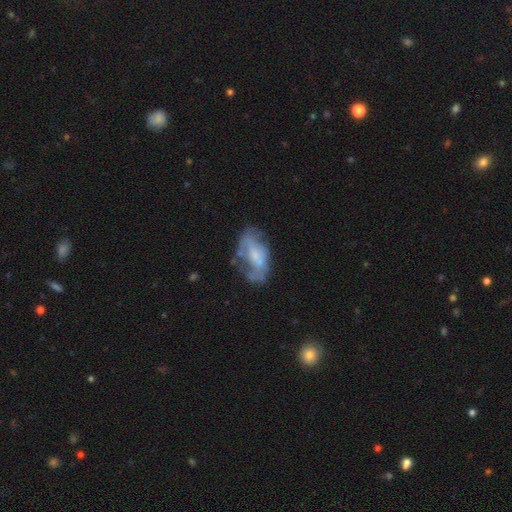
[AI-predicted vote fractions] A featured or disk galaxy (56%) with no bar (62%), no spiral arms (57%) and no central bulge (31%).

Vote fractions:
- Smooth or featured? featured or disk: 56% / smooth: 35% / star or artifact: 9%
- Edge-on disk? no: 95% / yes: 5%
- Bar? no: 62% / weak: 29% / strong: 9%
- Spiral arms? no: 57% / yes: 43%
- Bulge size? none: 31% / small: 30% / moderate: 28% / large: 8% / dominant: 2%
- Merging? none: 44% / minor disturbance: 26% / major disturbance: 24% / merger: 5%